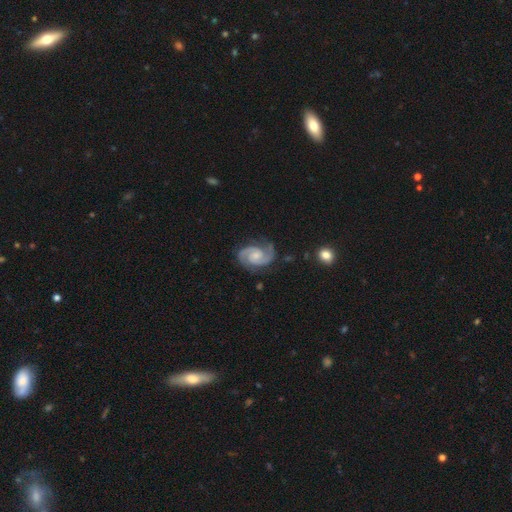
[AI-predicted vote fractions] Q: Smooth or featured?
A: featured or disk (92%); runner-up: star or artifact (4%)
Q: Edge-on disk?
A: no (98%); runner-up: yes (2%)
Q: Bar?
A: no (58%); runner-up: weak (35%)
Q: Spiral arms?
A: yes (99%); runner-up: no (1%)
Q: Spiral winding?
A: medium (55%); runner-up: tight (35%)
Q: Spiral arm count?
A: 2 (93%); runner-up: 3 (2%)
Q: Bulge size?
A: small (48%); runner-up: moderate (36%)
Q: Merging?
A: none (79%); runner-up: minor disturbance (15%)